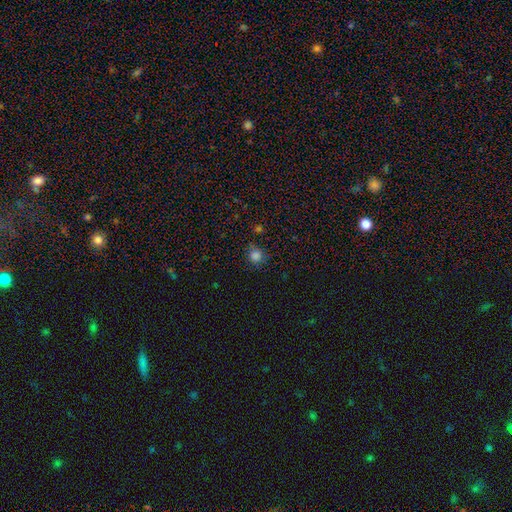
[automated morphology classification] Smooth or featured? Predicted: smooth (p=0.82). How rounded? Predicted: round (p=0.89). Merging? Predicted: none (p=0.77).